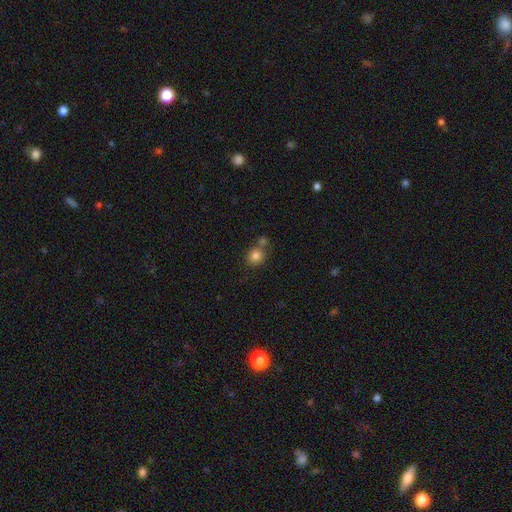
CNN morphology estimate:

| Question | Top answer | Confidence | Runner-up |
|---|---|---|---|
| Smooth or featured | smooth | 82% | star or artifact (11%) |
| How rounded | round | 80% | in between (19%) |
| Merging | none | 58% | merger (28%) |